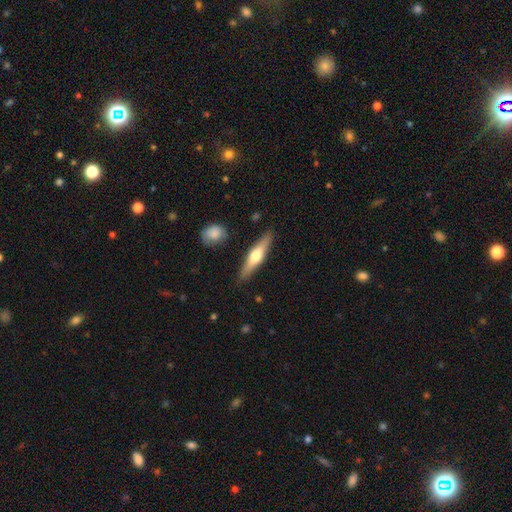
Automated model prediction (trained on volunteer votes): smooth_or_featured: featured or disk (p=0.47) [tied with: smooth p=0.47]
merging: none (p=0.87) [alt: minor disturbance p=0.09]